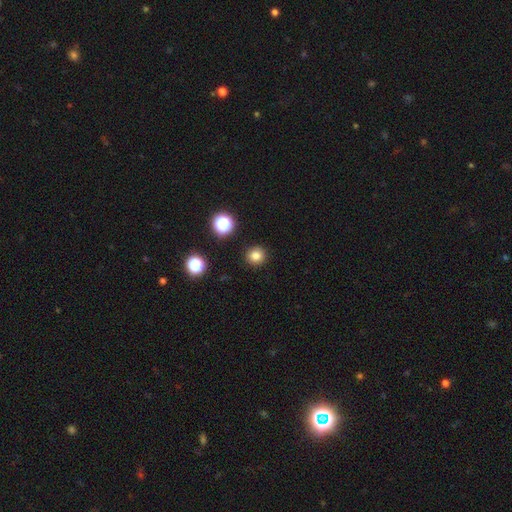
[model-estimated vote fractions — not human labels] Smooth or featured: smooth — 81% (star or artifact — 14%)
How rounded: round — 91% (in between — 8%)
Merging: none — 91% (minor disturbance — 5%)